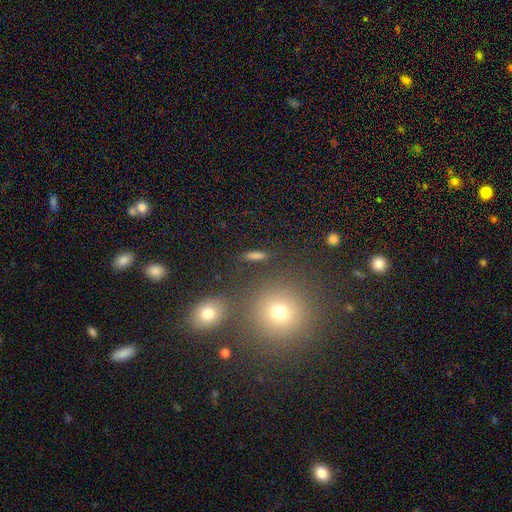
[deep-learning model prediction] This appears to be a smooth galaxy with no disk features (66%) that is in between round and cigar-shaped (41%). Merging: none (81%).